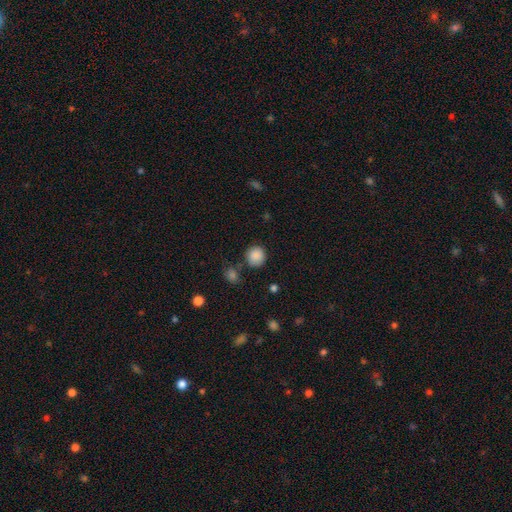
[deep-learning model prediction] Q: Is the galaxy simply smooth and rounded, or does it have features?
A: smooth — 88%.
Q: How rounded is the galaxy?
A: round — 88%.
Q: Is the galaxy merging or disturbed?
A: none — 77%.